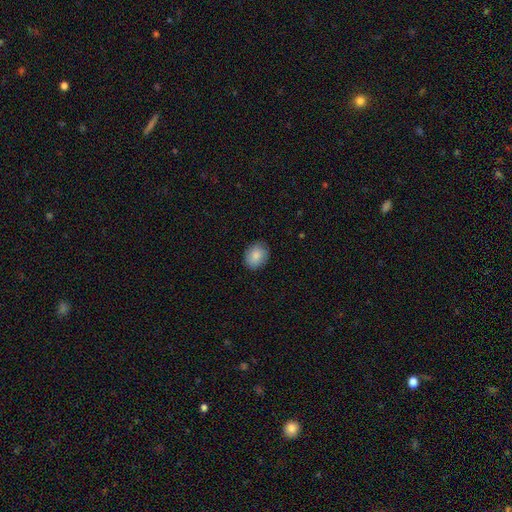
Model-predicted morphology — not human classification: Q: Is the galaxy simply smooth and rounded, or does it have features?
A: smooth — 85%.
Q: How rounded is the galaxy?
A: round — 50%.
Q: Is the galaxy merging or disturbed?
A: none — 85%.